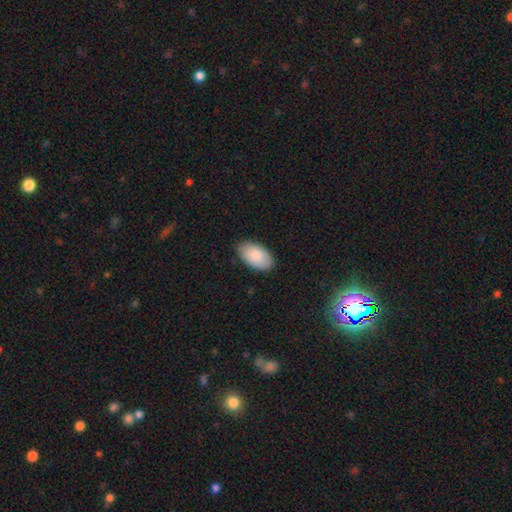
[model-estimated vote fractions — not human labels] This appears to be a smooth galaxy with no disk features (88%) that is in between round and cigar-shaped (96%). Merging: none (85%).